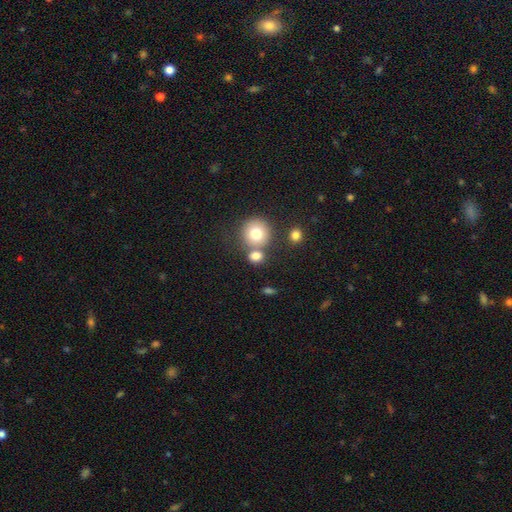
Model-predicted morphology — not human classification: type=smooth (77%); roundness=round (78%); merging=none (57%).